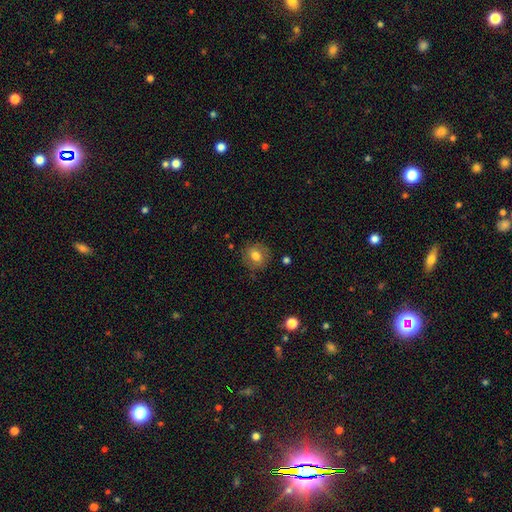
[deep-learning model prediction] Overall: smooth (75%). How rounded: round (80%). Merging: none (82%).